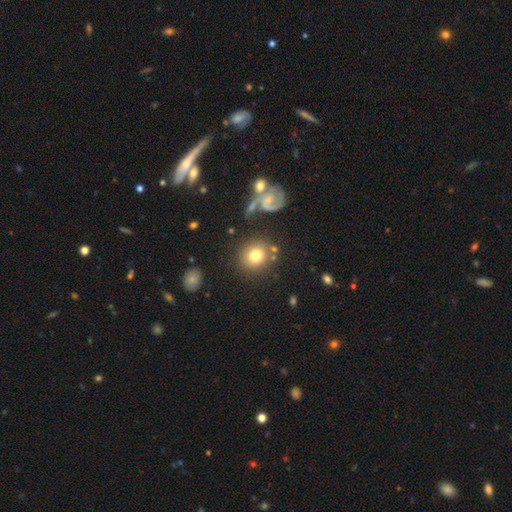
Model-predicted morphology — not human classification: Overall: smooth (74%). How rounded: round (83%). Merging: none (75%).